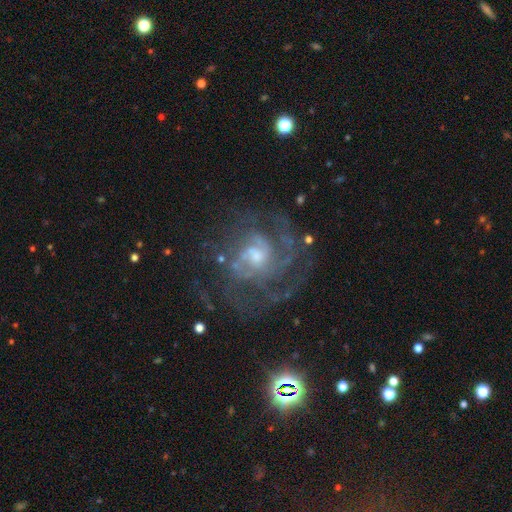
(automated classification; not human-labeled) Smooth or featured? Predicted: featured or disk (p=0.85). Edge-on disk? Predicted: no (p=0.98). Bar? Predicted: no (p=0.63). Spiral arms? Predicted: yes (p=0.93). Spiral winding? Predicted: tight (p=0.50). Spiral arm count? Predicted: can't tell (p=0.32). Bulge size? Predicted: moderate (p=0.45). Merging? Predicted: none (p=0.63).